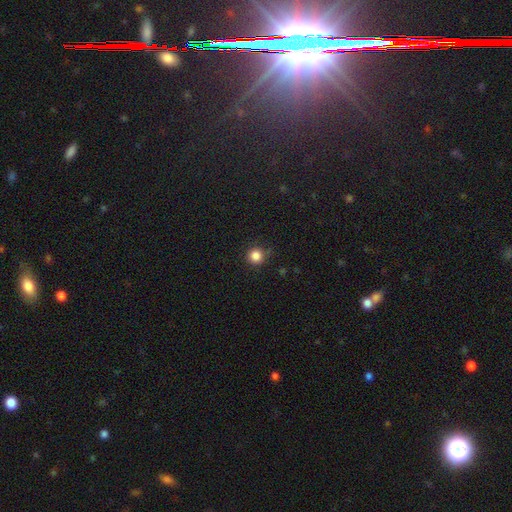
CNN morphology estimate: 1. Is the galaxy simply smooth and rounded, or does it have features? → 84% smooth, 12% star or artifact, 4% featured or disk.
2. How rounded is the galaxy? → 95% round, 4% in between, 1% cigar-shaped.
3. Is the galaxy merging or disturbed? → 88% none, 8% minor disturbance, 2% major disturbance, 1% merger.